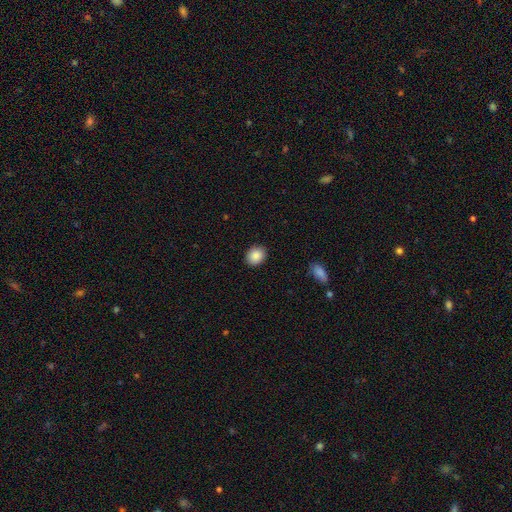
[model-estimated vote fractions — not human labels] Morphology: type=smooth (89%); roundness=round (58%); merging=none (90%).